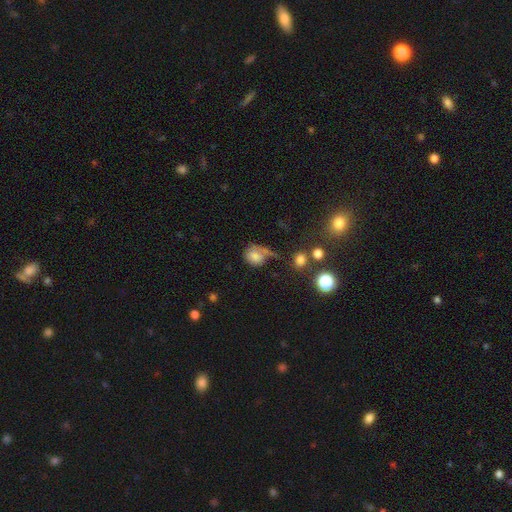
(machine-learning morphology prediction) smooth-or-featured: smooth: 70% | featured or disk: 18% | star or artifact: 12%
  how-rounded: round: 58% | in between: 41% | cigar-shaped: 2%
  merging: none: 34% | major disturbance: 27% | minor disturbance: 21% | merger: 18%